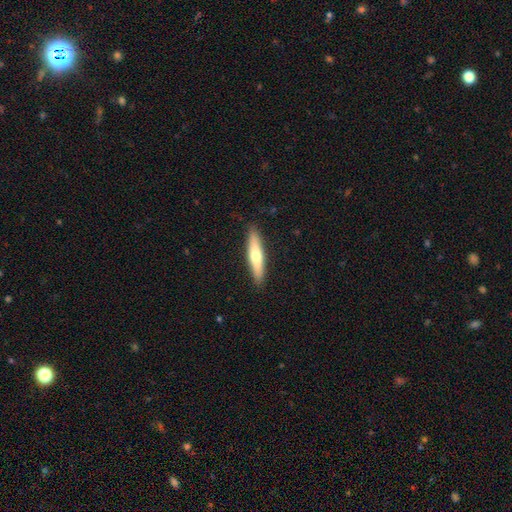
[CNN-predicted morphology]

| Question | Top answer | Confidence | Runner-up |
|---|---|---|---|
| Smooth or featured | smooth | 58% | featured or disk (36%) |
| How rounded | cigar-shaped | 83% | in between (16%) |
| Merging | none | 90% | minor disturbance (8%) |